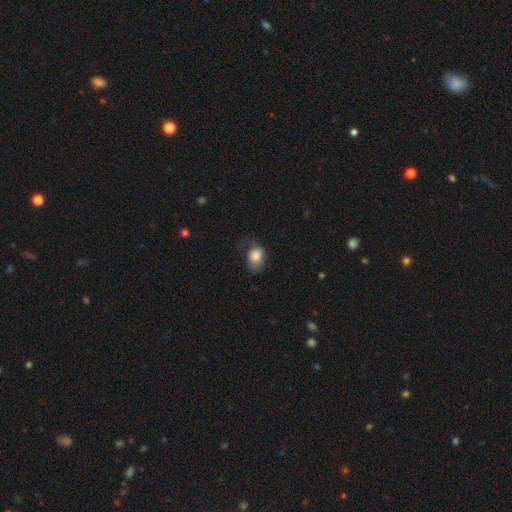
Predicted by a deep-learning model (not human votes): Q: Smooth or featured?
A: smooth (80%); runner-up: featured or disk (12%)
Q: How rounded?
A: in between (67%); runner-up: round (32%)
Q: Merging?
A: none (41%); runner-up: minor disturbance (32%)